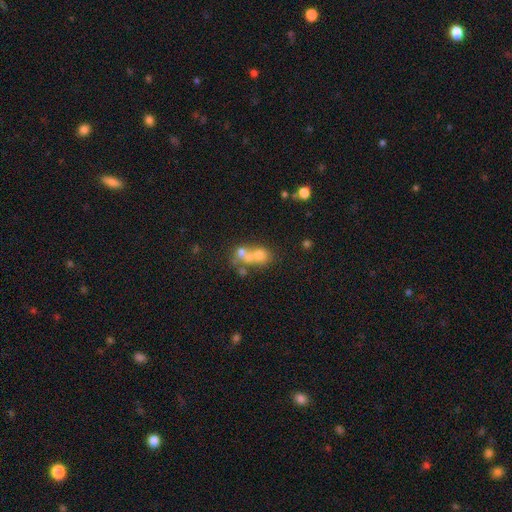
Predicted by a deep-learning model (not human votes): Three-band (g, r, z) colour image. It shows a smooth galaxy with no disk features (57%) that is round (63%). Merging: merger (59%).